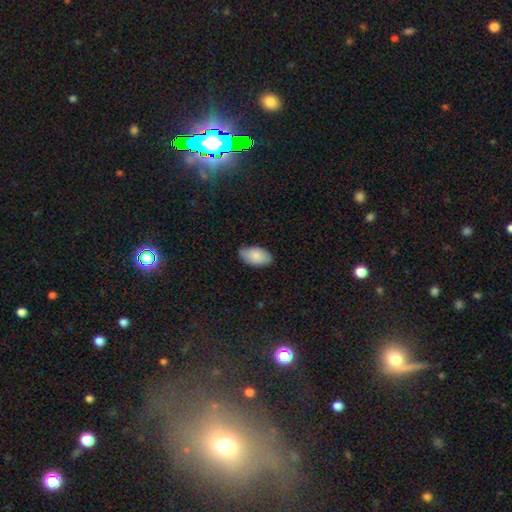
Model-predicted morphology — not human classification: Smooth or featured?
  - smooth: 85% *
  - featured or disk: 9%
  - star or artifact: 6%
How rounded?
  - in between: 95% *
  - round: 4%
  - cigar-shaped: 2%
Merging?
  - none: 75% *
  - minor disturbance: 21%
  - major disturbance: 3%
  - merger: 1%